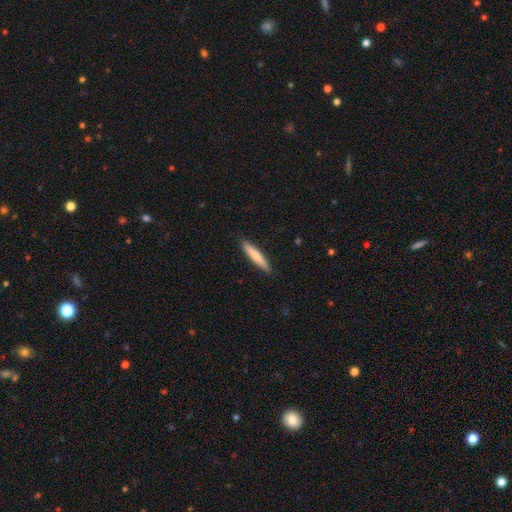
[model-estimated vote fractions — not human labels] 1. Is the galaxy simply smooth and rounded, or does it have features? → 73% smooth, 22% featured or disk, 5% star or artifact.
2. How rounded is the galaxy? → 91% cigar-shaped, 8% in between, 1% round.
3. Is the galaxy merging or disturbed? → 90% none, 7% minor disturbance, 1% major disturbance, 1% merger.